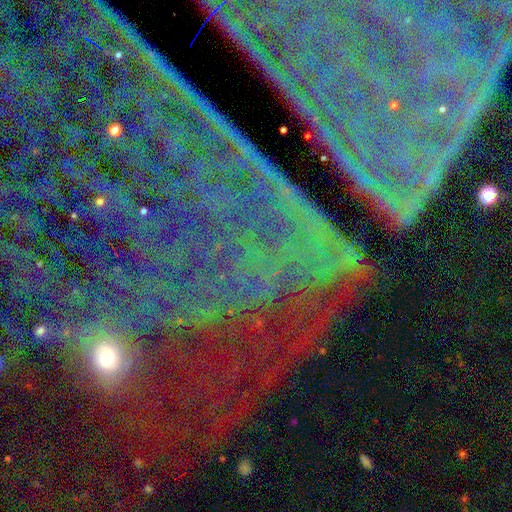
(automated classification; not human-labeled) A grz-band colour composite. It shows a star or artifact, not a galaxy (79%).